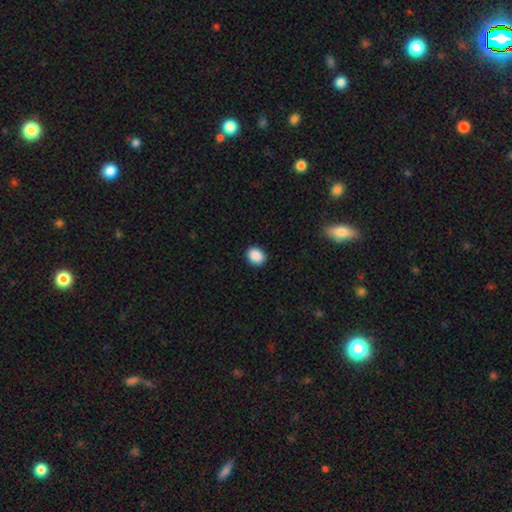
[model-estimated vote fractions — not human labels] smooth 89%, star or artifact 8%, featured or disk 2%. Down the decision tree: how rounded — in between (51%); merging — none (91%).